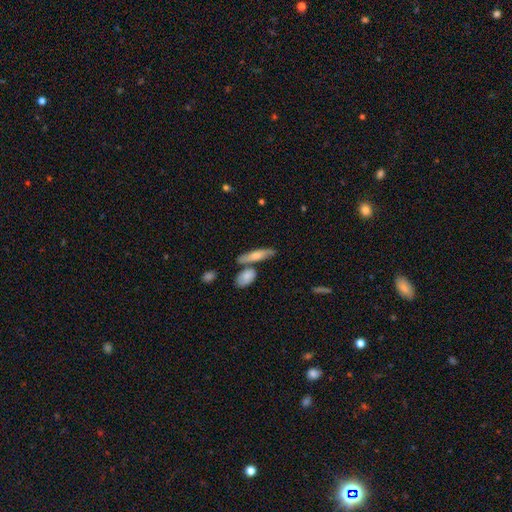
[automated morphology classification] This appears to be a smooth galaxy with no disk features (56%) that is cigar-shaped (66%). Merging: none (63%).